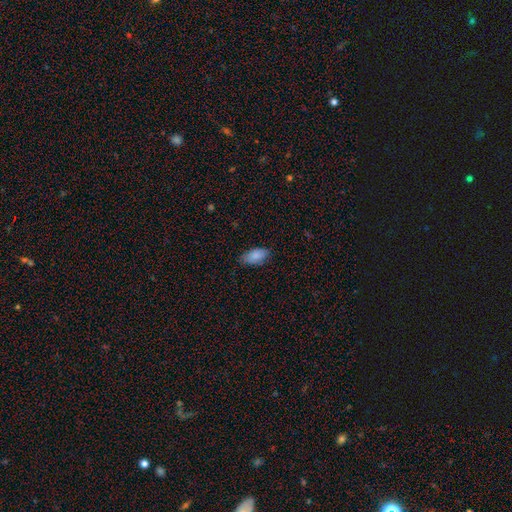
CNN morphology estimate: Smooth or featured? Predicted: smooth (p=0.86). How rounded? Predicted: in between (p=0.92). Merging? Predicted: none (p=0.78).